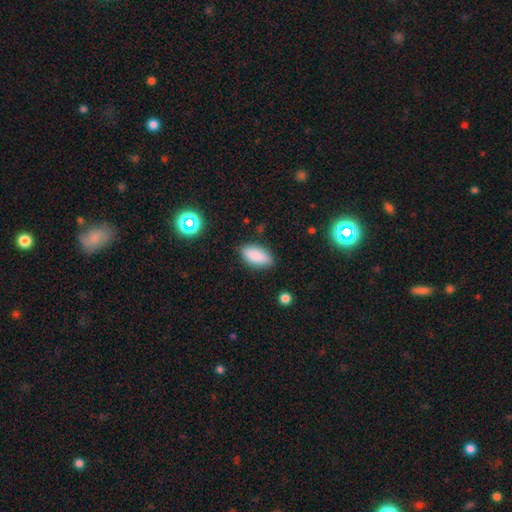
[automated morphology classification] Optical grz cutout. It shows a smooth galaxy with no disk features (86%) that is in between round and cigar-shaped (88%). Merging: none (81%).